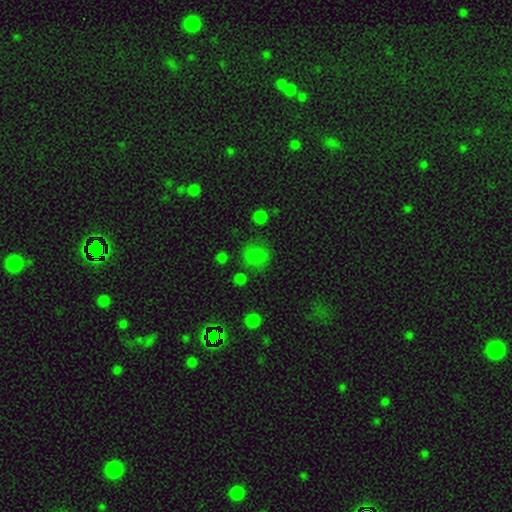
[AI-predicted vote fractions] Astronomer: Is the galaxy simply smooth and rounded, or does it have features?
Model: smooth — 75%.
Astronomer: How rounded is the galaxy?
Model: round — 80%.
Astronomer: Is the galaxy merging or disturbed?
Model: none — 74%.